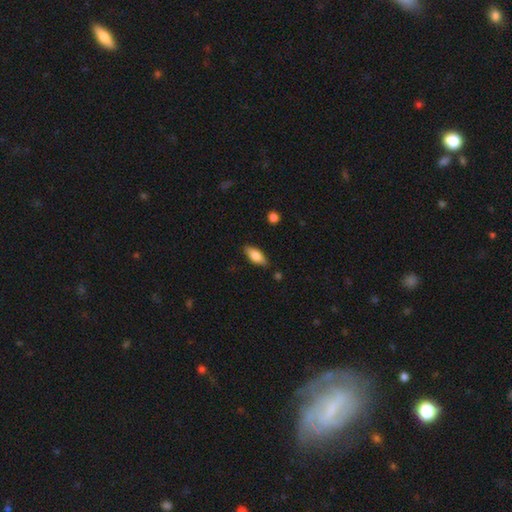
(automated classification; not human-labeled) This is likely a smooth galaxy (70%). How rounded: likely in between (79%). Merging: clearly none (83%).